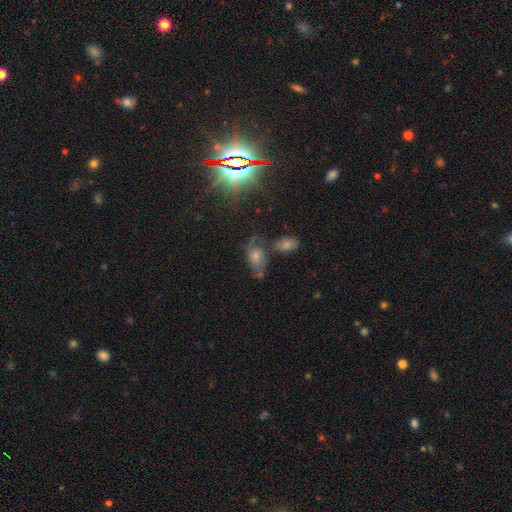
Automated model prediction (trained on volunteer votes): Morphology: type=star or artifact (37%).